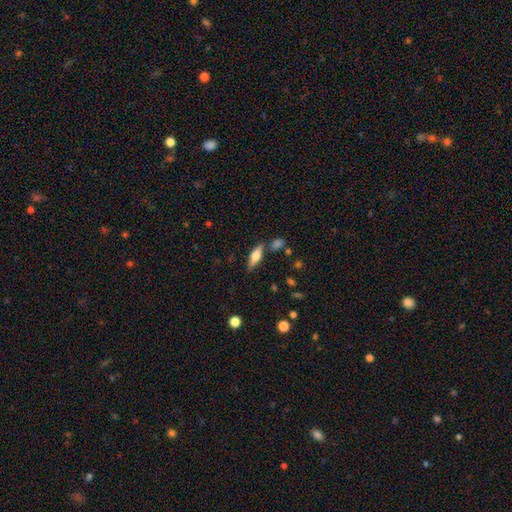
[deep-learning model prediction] Overall: smooth (53%; featured or disk 39%). How rounded: in between (51%; cigar-shaped 46%). Merging: none (74%).